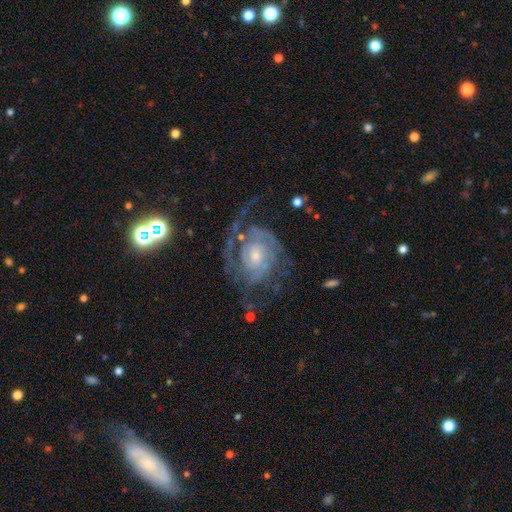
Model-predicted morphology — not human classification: smooth_or_featured: featured or disk (p=0.86) [alt: smooth p=0.07]
disk_edge_on: no (p=0.97) [alt: yes p=0.03]
bar: no (p=0.73) [alt: weak p=0.22]
has_spiral_arms: yes (p=0.94) [alt: no p=0.06]
spiral_winding: tight (p=0.49) [alt: medium p=0.36]
spiral_arm_count: 2 (p=0.37) [alt: can't tell p=0.26]
bulge_size: small (p=0.59) [alt: moderate p=0.33]
merging: none (p=0.58) [alt: major disturbance p=0.23]